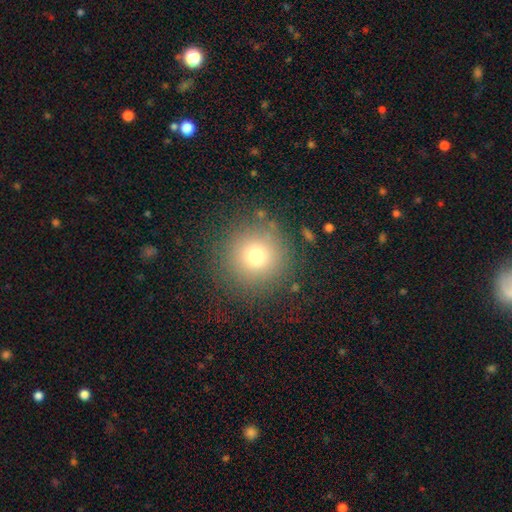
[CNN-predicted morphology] Q: Smooth or featured?
A: smooth (74%); runner-up: star or artifact (15%)
Q: How rounded?
A: round (96%); runner-up: in between (3%)
Q: Merging?
A: none (87%); runner-up: minor disturbance (8%)